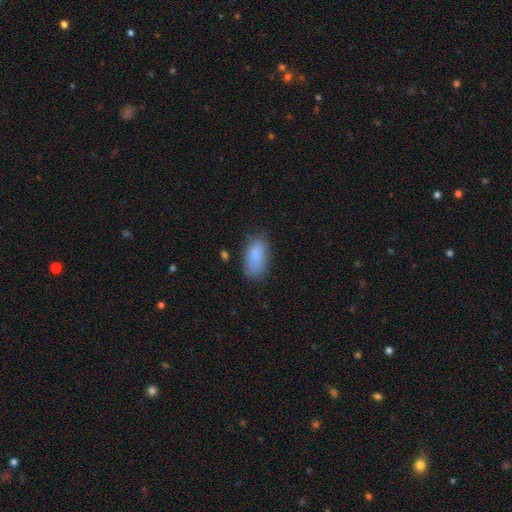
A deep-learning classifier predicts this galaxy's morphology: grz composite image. It shows a smooth galaxy with no disk features (87%) that is in between round and cigar-shaped (92%). Merging: none (74%).